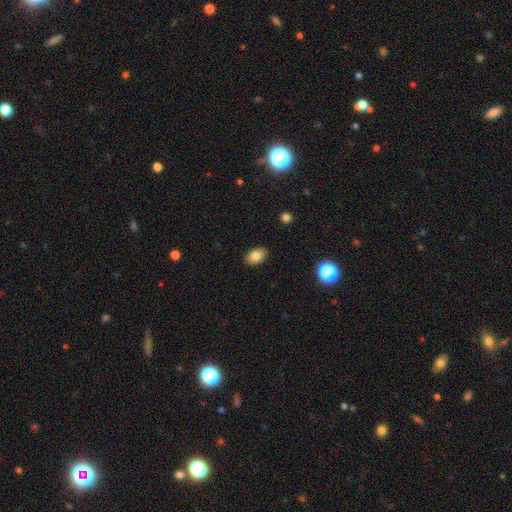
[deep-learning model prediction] Overall: smooth (82%). How rounded: in between (87%). Merging: none (88%).